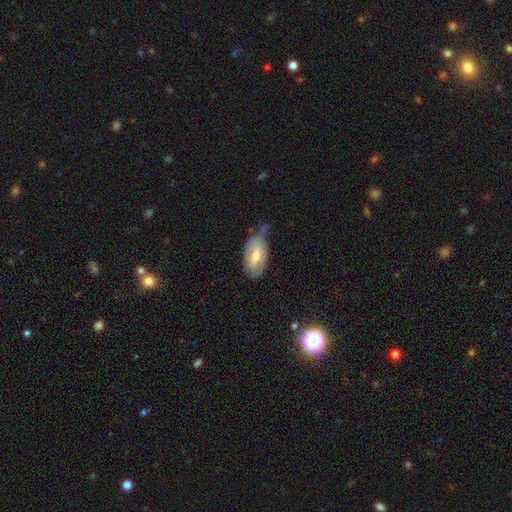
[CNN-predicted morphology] smooth_or_featured: smooth (p=0.56) [alt: featured or disk p=0.38]
how_rounded: in between (p=0.93) [alt: round p=0.05]
merging: none (p=0.47) [alt: minor disturbance p=0.35]